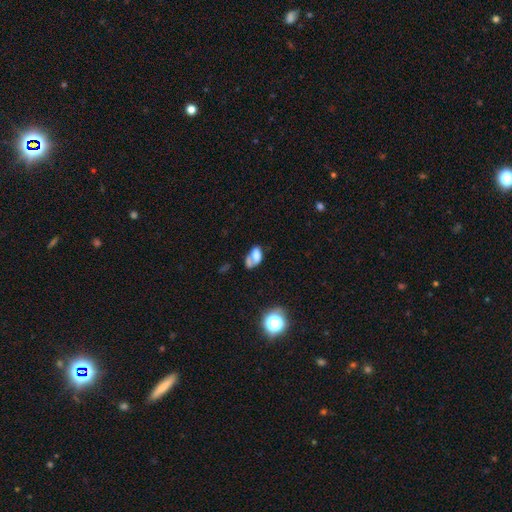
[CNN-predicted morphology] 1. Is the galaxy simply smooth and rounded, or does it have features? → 63% smooth, 23% featured or disk, 14% star or artifact.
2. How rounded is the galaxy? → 87% in between, 11% round, 2% cigar-shaped.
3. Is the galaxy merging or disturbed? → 34% merger, 27% none, 20% major disturbance, 19% minor disturbance.